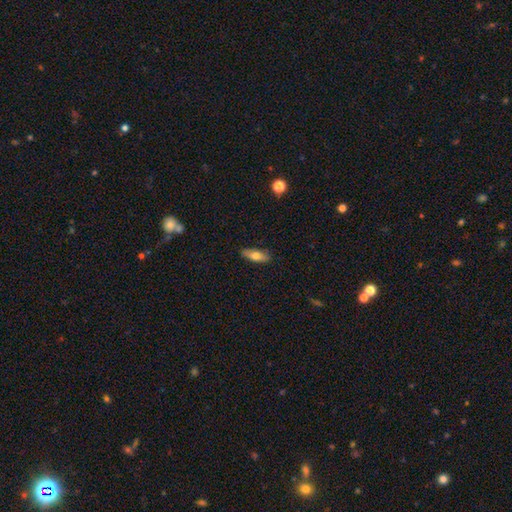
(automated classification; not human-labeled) Morphology: type=smooth (69%); roundness=in between (60%); merging=none (86%).